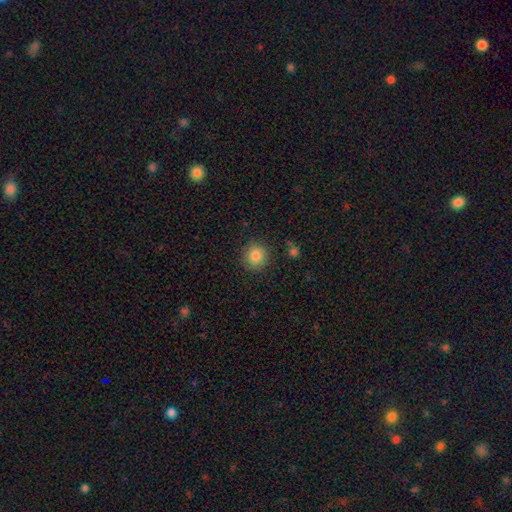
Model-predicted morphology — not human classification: The model was most divided on "smooth or featured": smooth: 84%, star or artifact: 10%, featured or disk: 6%. More confident: how rounded — round (90%); merging — none (88%).